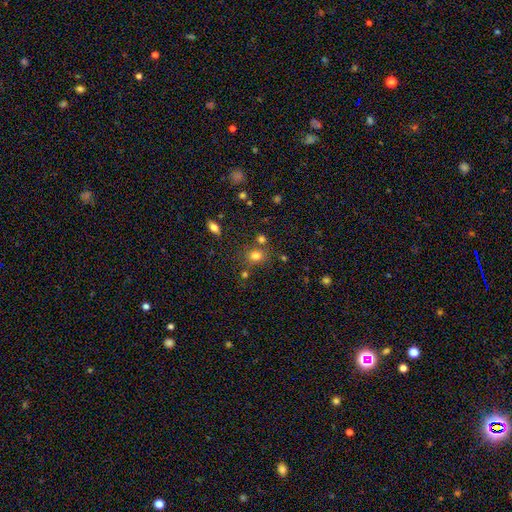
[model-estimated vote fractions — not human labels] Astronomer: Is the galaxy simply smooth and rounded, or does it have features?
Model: smooth — 76%.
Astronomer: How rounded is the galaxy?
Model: round — 73%.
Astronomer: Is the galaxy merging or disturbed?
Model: none — 70%.